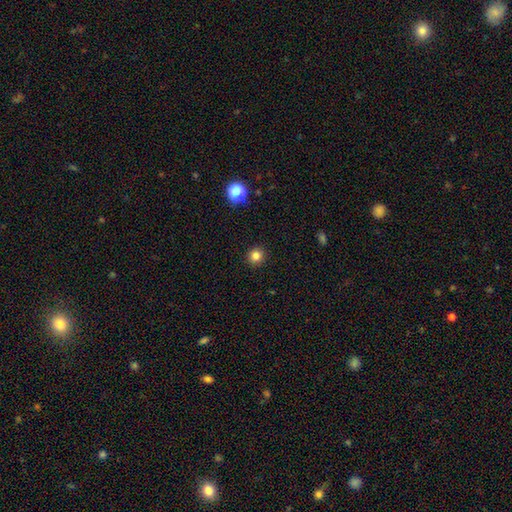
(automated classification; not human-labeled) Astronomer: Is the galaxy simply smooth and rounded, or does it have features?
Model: smooth — 81%.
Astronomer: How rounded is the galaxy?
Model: round — 93%.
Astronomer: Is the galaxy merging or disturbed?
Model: none — 93%.